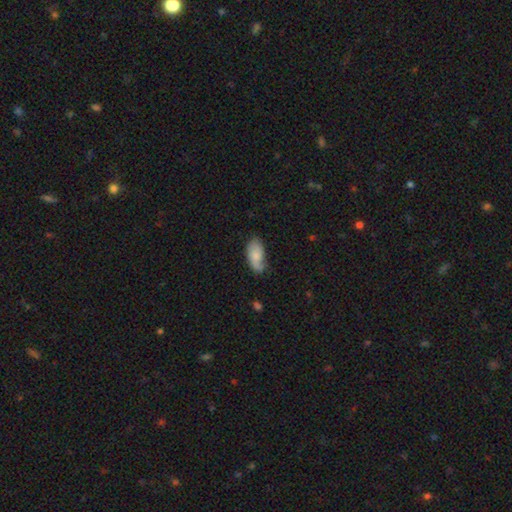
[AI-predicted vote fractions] Smooth or featured: smooth — 72% (featured or disk — 21%)
How rounded: in between — 92% (cigar-shaped — 5%)
Merging: none — 56% (minor disturbance — 32%)